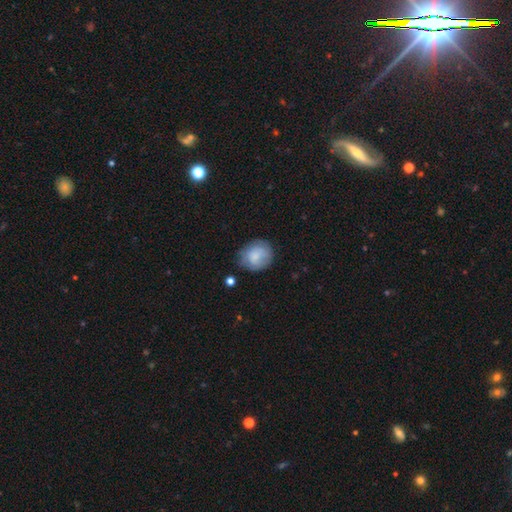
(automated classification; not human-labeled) Smooth or featured? Predicted: smooth (p=0.74). How rounded? Predicted: round (p=0.67). Merging? Predicted: none (p=0.69).